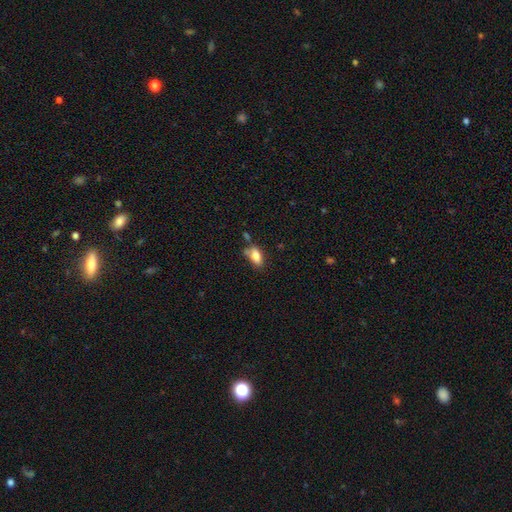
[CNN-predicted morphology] type=smooth (79%); roundness=in between (88%); merging=none (47%).